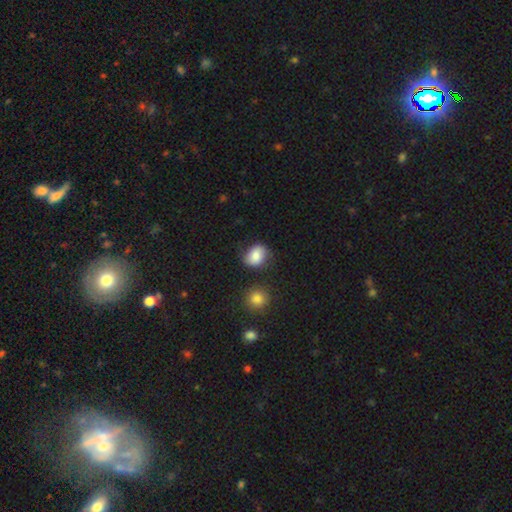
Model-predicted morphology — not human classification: smooth-or-featured: smooth: 78% | featured or disk: 13% | star or artifact: 9%
  how-rounded: in between: 51% | round: 48% | cigar-shaped: 1%
  merging: none: 68% | minor disturbance: 21% | major disturbance: 6% | merger: 5%